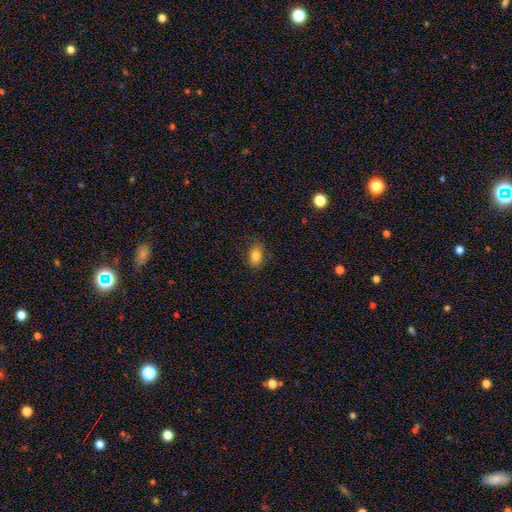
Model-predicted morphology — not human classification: Smooth or featured? smooth (82%)
How rounded? in between (83%)
Merging? none (82%)